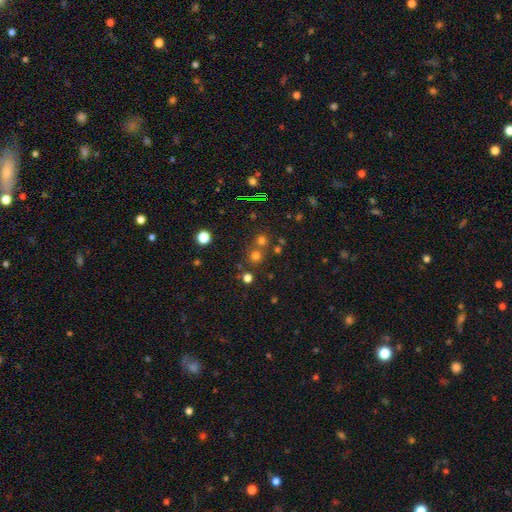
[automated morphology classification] This is likely a smooth galaxy (64%). How rounded: clearly round (92%). Merging: likely none (68%).